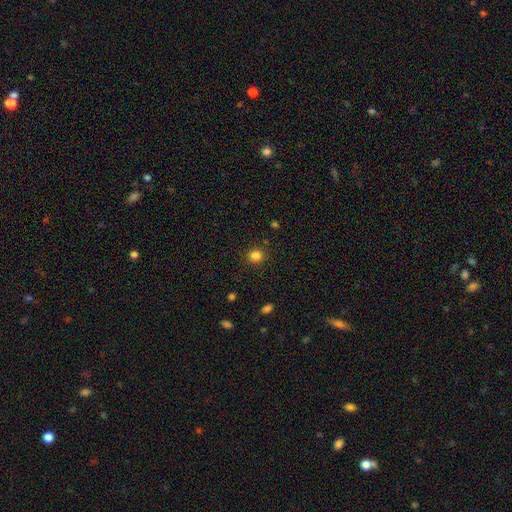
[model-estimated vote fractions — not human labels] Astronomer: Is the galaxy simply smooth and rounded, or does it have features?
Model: smooth — 83%.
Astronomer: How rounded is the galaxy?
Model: round — 90%.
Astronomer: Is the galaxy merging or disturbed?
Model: none — 90%.